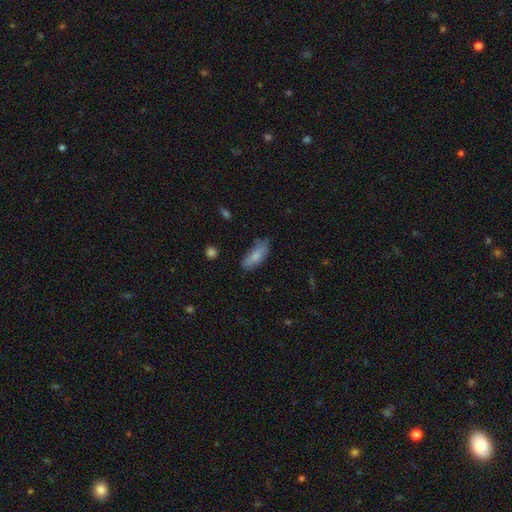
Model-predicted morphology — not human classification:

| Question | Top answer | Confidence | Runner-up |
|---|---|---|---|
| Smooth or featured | smooth | 78% | featured or disk (15%) |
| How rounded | in between | 77% | cigar-shaped (21%) |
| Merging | none | 66% | minor disturbance (26%) |